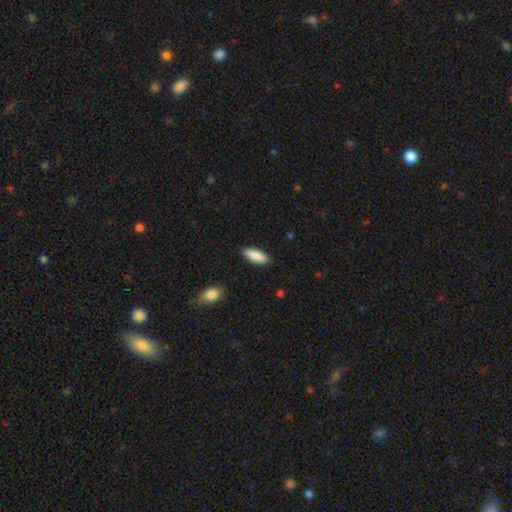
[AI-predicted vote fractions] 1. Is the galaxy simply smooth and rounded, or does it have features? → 87% smooth, 8% featured or disk, 6% star or artifact.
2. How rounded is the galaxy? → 66% in between, 33% cigar-shaped, 2% round.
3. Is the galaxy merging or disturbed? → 88% none, 9% minor disturbance, 2% major disturbance, 1% merger.